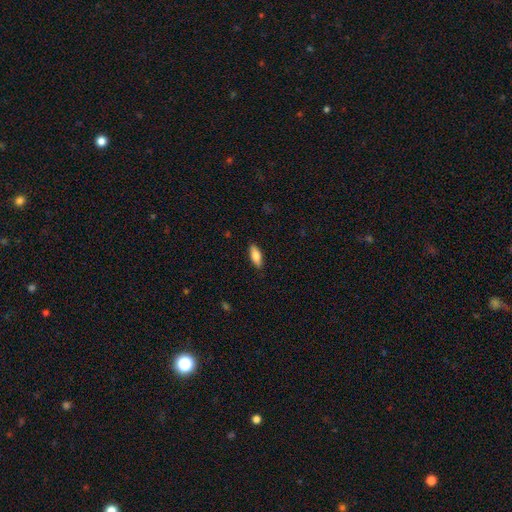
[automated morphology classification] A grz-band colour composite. It shows a smooth galaxy with no disk features (80%) that is in between round and cigar-shaped (74%). Merging: none (88%).